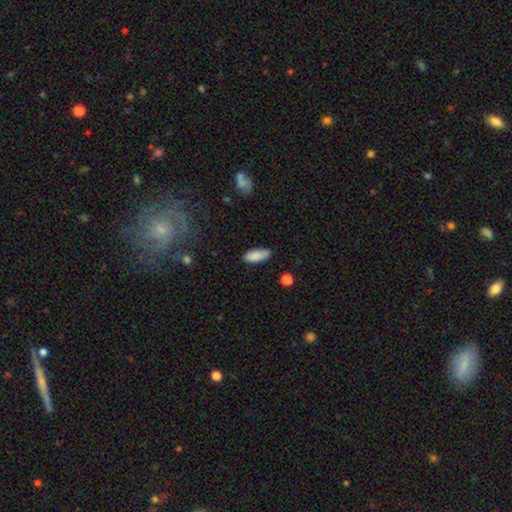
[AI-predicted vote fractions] Q: Smooth or featured?
A: smooth (87%); runner-up: star or artifact (7%)
Q: How rounded?
A: in between (81%); runner-up: cigar-shaped (18%)
Q: Merging?
A: none (77%); runner-up: minor disturbance (18%)